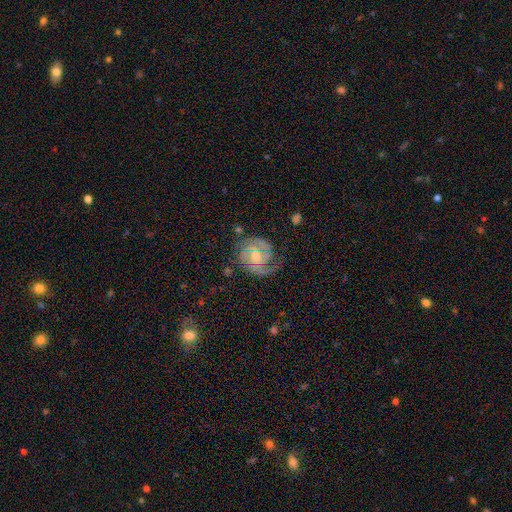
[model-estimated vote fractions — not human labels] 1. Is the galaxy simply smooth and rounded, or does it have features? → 88% featured or disk, 7% smooth, 5% star or artifact.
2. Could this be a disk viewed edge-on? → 98% no, 2% yes.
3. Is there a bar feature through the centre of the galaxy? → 57% no, 35% weak, 8% strong.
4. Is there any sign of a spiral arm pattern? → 97% yes, 3% no.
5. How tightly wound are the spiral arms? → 60% tight, 33% medium, 7% loose.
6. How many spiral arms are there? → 58% 2, 15% 3, 12% can't tell, 9% 1, 3% 4, 3% more than 4.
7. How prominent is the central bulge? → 65% moderate, 29% small, 3% large, 2% none, 1% dominant.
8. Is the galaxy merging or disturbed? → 68% none, 20% minor disturbance, 10% major disturbance, 2% merger.